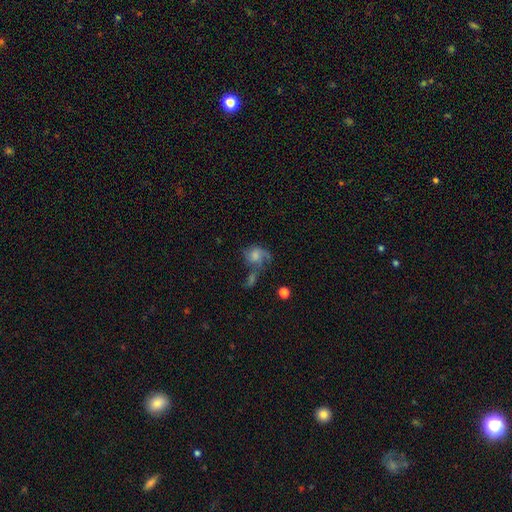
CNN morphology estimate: Smooth or featured?
  - featured or disk: 45% *
  - smooth: 44%
  - star or artifact: 11%
Merging?
  - merger: 28% * (tied)
  - major disturbance: 28% * (tied)
  - none: 26%
  - minor disturbance: 18%